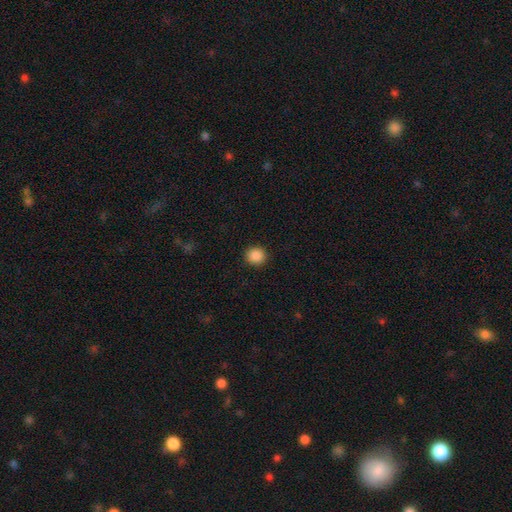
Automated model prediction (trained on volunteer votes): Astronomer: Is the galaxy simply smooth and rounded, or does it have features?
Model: smooth — 88%.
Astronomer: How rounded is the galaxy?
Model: round — 90%.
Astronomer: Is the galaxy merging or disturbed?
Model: none — 92%.